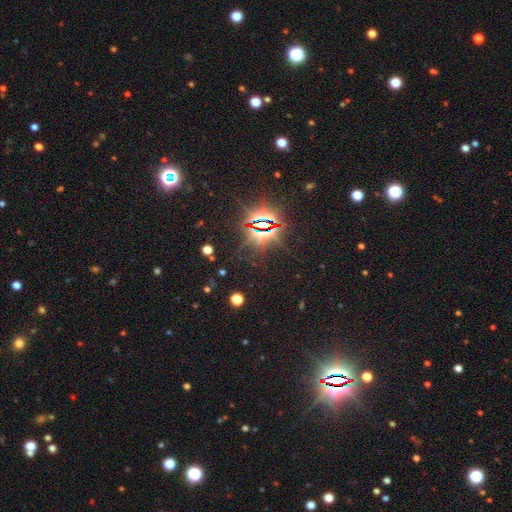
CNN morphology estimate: A star or artifact, not a galaxy (85%).

Vote fractions:
- Smooth or featured? star or artifact: 85% / smooth: 8% / featured or disk: 7%